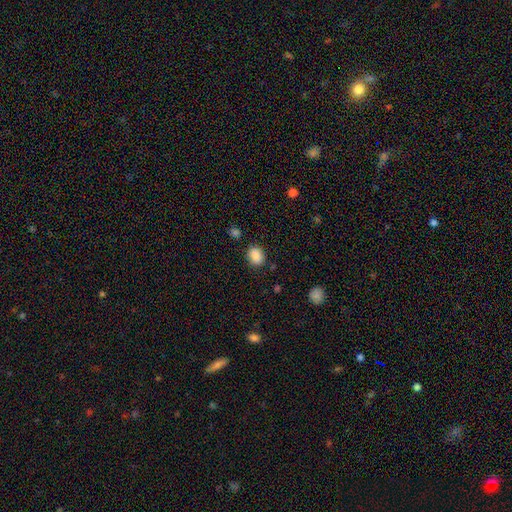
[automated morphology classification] smooth_or_featured: smooth (p=0.87) [alt: star or artifact p=0.09]
how_rounded: in between (p=0.54) [alt: round p=0.45]
merging: none (p=0.81) [alt: minor disturbance p=0.12]